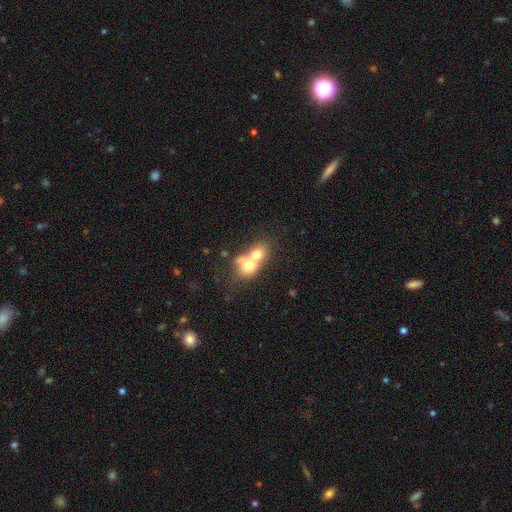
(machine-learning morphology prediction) type=smooth (61%); roundness=round (62%); merging=merger (69%).